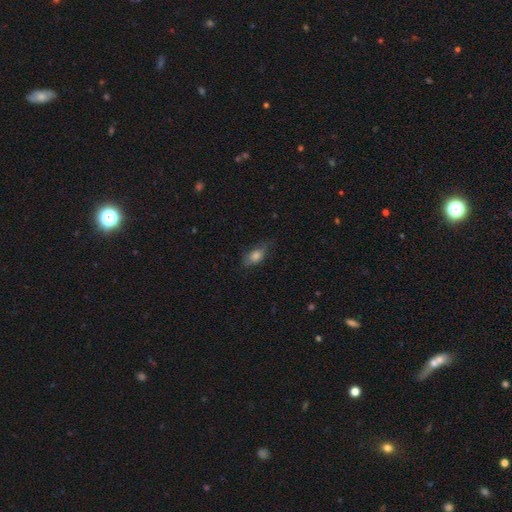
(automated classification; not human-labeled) A smooth galaxy with no disk features (71%) that is in between round and cigar-shaped (80%). Merging: none (69%).